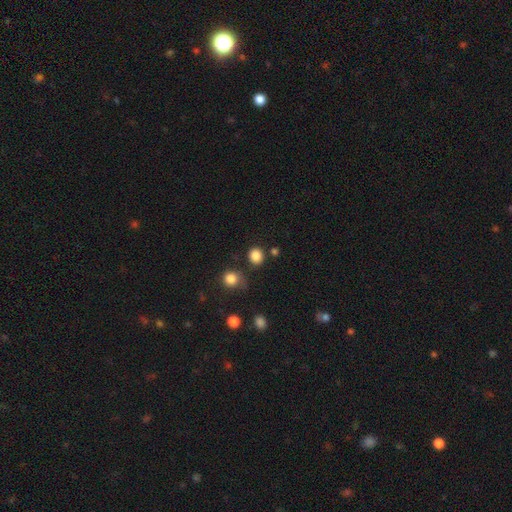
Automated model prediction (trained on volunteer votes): Smooth or featured?
  - smooth: 85% *
  - star or artifact: 11%
  - featured or disk: 4%
How rounded?
  - round: 82% *
  - in between: 17%
  - cigar-shaped: 1%
Merging?
  - none: 82% *
  - minor disturbance: 10%
  - merger: 5%
  - major disturbance: 3%